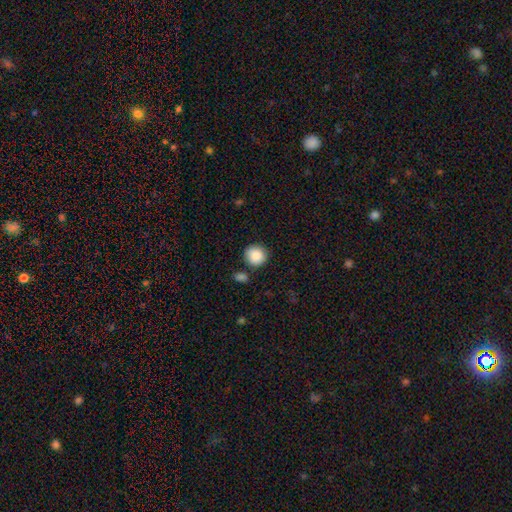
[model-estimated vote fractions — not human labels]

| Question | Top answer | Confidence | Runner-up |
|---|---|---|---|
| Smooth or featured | smooth | 89% | star or artifact (8%) |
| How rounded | round | 90% | in between (9%) |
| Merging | none | 82% | minor disturbance (10%) |